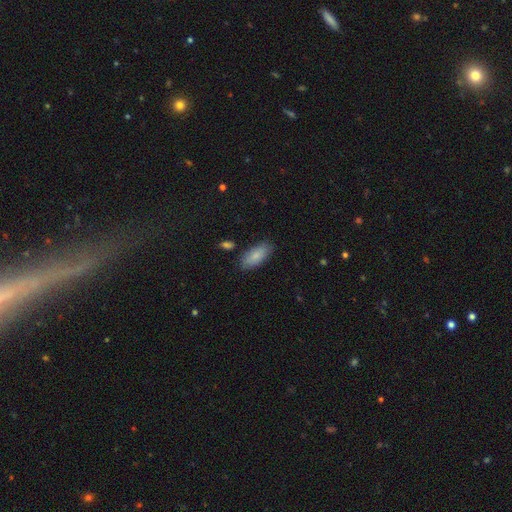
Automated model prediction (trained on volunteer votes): Q: Smooth or featured?
A: smooth (83%); runner-up: featured or disk (11%)
Q: How rounded?
A: in between (87%); runner-up: cigar-shaped (11%)
Q: Merging?
A: none (82%); runner-up: minor disturbance (13%)